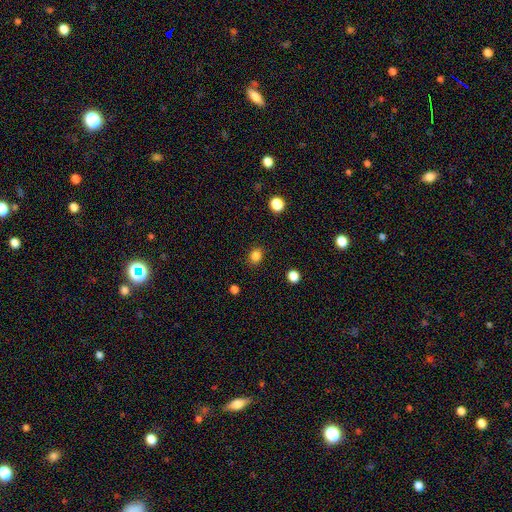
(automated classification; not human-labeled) This is clearly a smooth galaxy (85%). How rounded: likely round (69%). Merging: clearly none (89%).